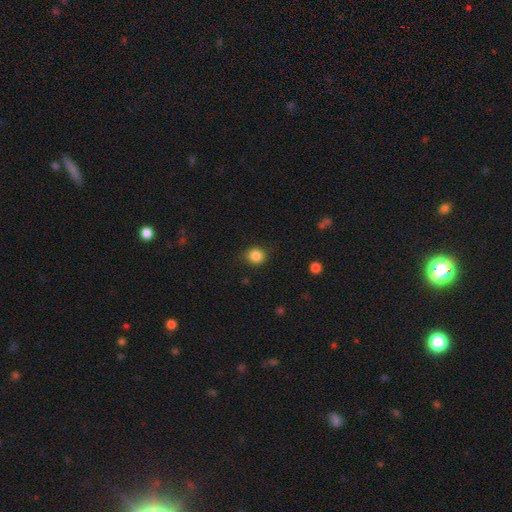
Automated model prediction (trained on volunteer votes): Morphology: type=smooth (85%); roundness=round (85%); merging=none (84%).